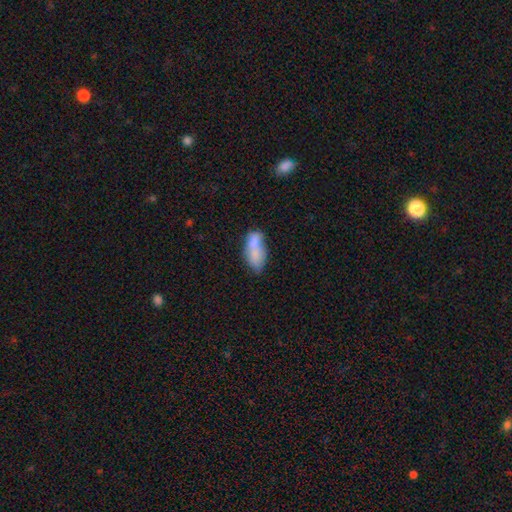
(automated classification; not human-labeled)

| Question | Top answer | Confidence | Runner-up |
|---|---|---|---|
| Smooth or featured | smooth | 73% | featured or disk (20%) |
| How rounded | in between | 87% | cigar-shaped (9%) |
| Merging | merger | 43% | none (30%) |